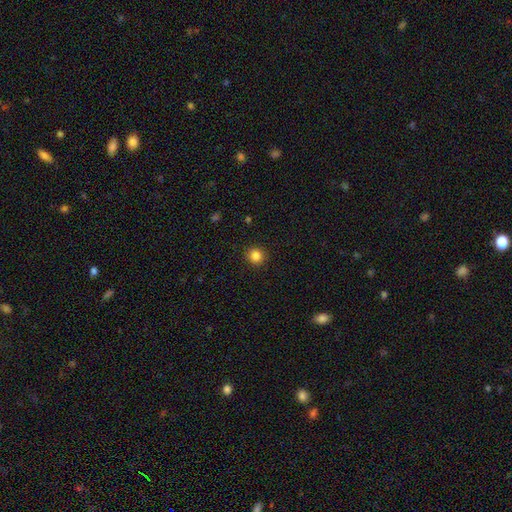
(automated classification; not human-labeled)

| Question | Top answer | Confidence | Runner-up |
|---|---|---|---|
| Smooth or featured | smooth | 84% | star or artifact (11%) |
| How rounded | round | 89% | in between (10%) |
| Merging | none | 91% | minor disturbance (6%) |